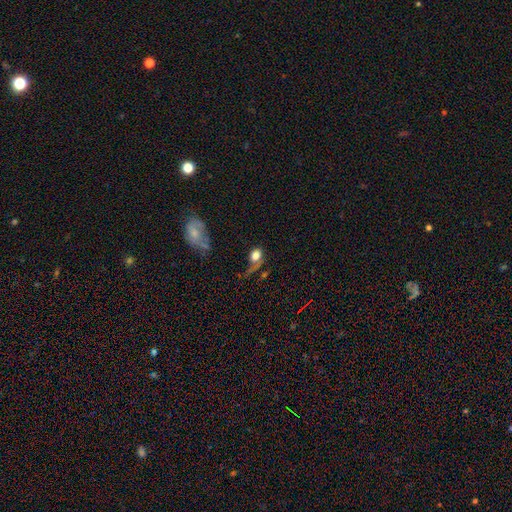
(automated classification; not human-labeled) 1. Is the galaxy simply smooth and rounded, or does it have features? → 70% smooth, 19% featured or disk, 11% star or artifact.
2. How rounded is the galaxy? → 61% in between, 36% round, 3% cigar-shaped.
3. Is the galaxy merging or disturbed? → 32% major disturbance (tied), 32% none (tied), 23% minor disturbance, 13% merger.